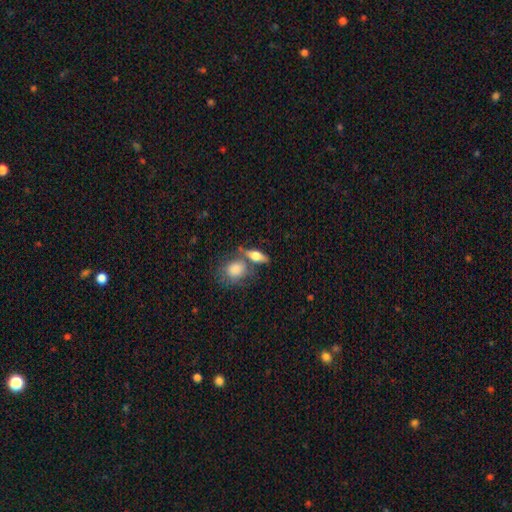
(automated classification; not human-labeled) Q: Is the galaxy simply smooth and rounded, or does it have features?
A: smooth — 60%.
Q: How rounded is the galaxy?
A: in between — 61%.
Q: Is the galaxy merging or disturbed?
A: none — 59%.